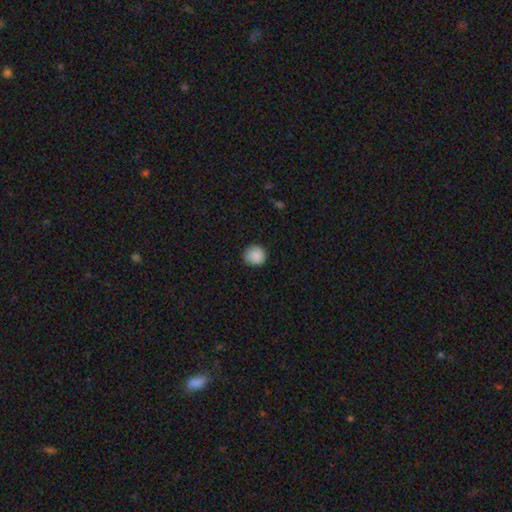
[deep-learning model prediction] A smooth galaxy with no disk features (88%) that is round (93%). Merging: none (84%).